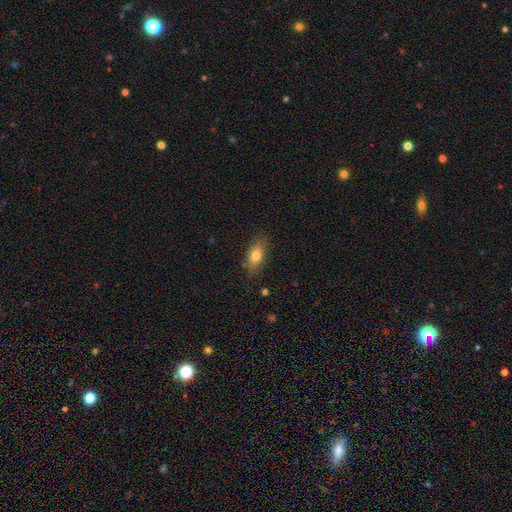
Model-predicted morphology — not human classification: smooth-or-featured: smooth: 78% | featured or disk: 14% | star or artifact: 8%
  how-rounded: in between: 84% | cigar-shaped: 11% | round: 5%
  merging: none: 81% | minor disturbance: 14% | major disturbance: 3% | merger: 1%